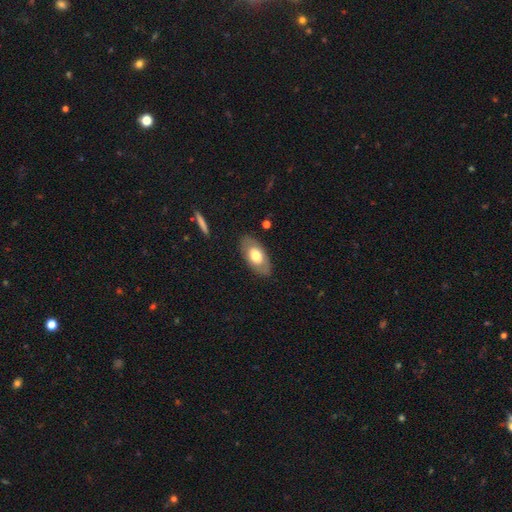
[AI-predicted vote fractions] Smooth or featured? smooth (62%)
How rounded? in between (92%)
Merging? none (84%)